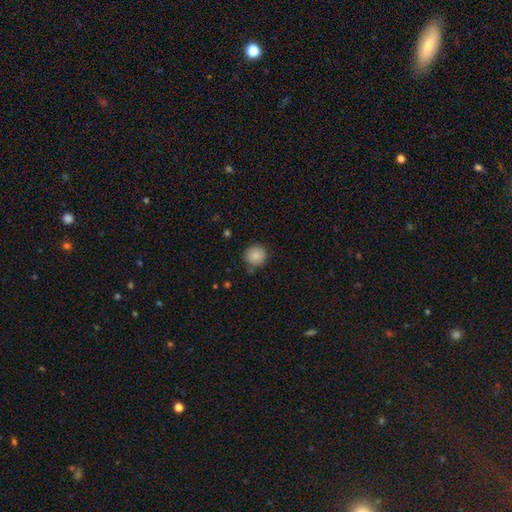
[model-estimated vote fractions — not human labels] The model was most divided on "merging": none: 83%, minor disturbance: 11%, merger: 3%, major disturbance: 3%. More confident: how rounded — round (92%); smooth or featured — smooth (87%).